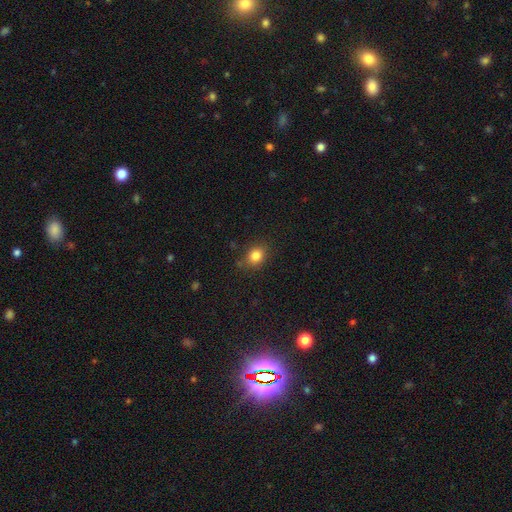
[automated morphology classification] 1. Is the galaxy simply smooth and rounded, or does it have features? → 83% smooth, 11% star or artifact, 6% featured or disk.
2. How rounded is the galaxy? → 57% round, 42% in between, 1% cigar-shaped.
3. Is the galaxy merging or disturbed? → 82% none, 12% minor disturbance, 3% major disturbance, 2% merger.